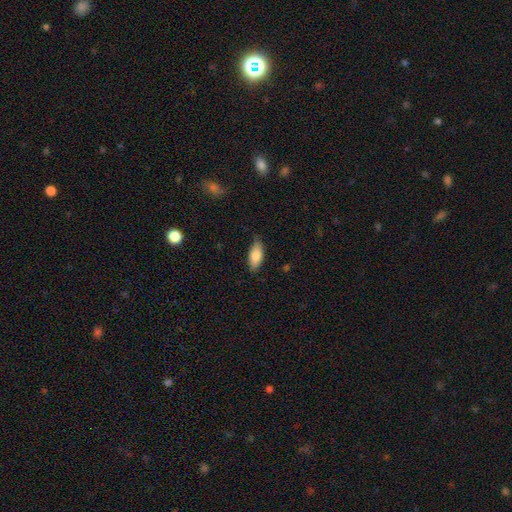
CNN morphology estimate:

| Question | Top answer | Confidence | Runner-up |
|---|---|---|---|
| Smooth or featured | smooth | 82% | featured or disk (12%) |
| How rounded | in between | 83% | cigar-shaped (15%) |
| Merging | none | 80% | minor disturbance (17%) |